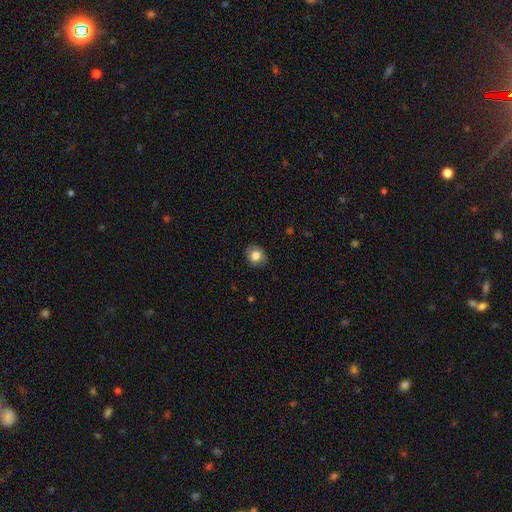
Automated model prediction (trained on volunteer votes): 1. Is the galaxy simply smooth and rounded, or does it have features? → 79% smooth, 11% featured or disk, 9% star or artifact.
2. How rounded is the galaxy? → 73% round, 26% in between, 1% cigar-shaped.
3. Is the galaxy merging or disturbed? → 84% none, 12% minor disturbance, 3% major disturbance, 1% merger.